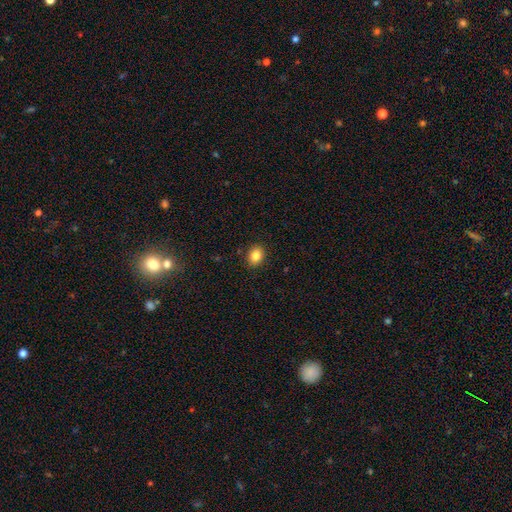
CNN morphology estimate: Q: Smooth or featured?
A: smooth (84%); runner-up: star or artifact (10%)
Q: How rounded?
A: in between (52%); runner-up: round (48%)
Q: Merging?
A: none (89%); runner-up: minor disturbance (7%)